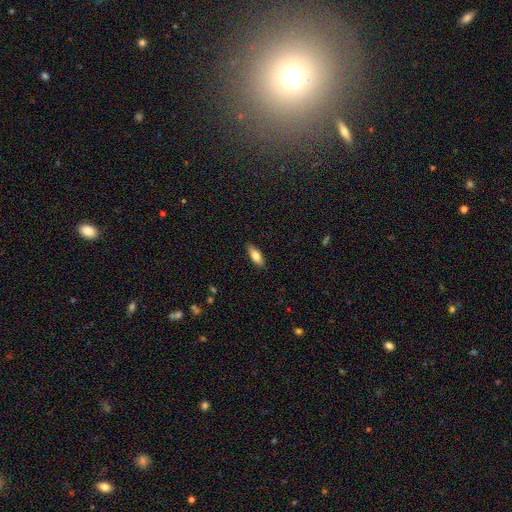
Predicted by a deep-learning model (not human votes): Smooth or featured? smooth (77%)
How rounded? in between (71%)
Merging? none (89%)